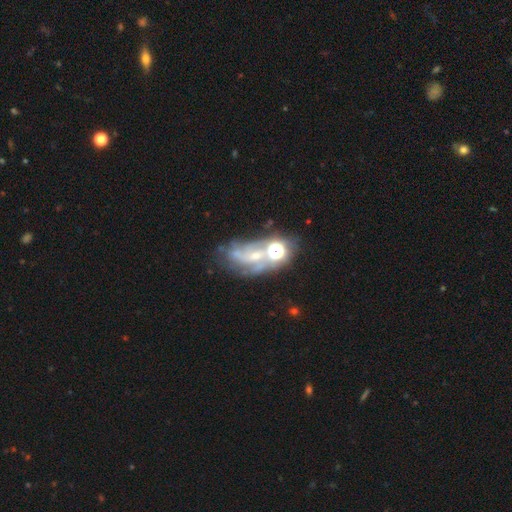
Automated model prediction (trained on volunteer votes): smooth-or-featured: featured or disk: 62% | star or artifact: 22% | smooth: 15%
  disk-edge-on: no: 95% | yes: 5%
    bar: no: 52% | weak: 34% | strong: 14%
    has-spiral-arms: yes: 80% | no: 20%
    bulge-size: small: 57% | moderate: 28% | none: 10% | large: 3% | dominant: 2%
  merging: none: 40% | major disturbance: 22% | merger: 20% | minor disturbance: 18%